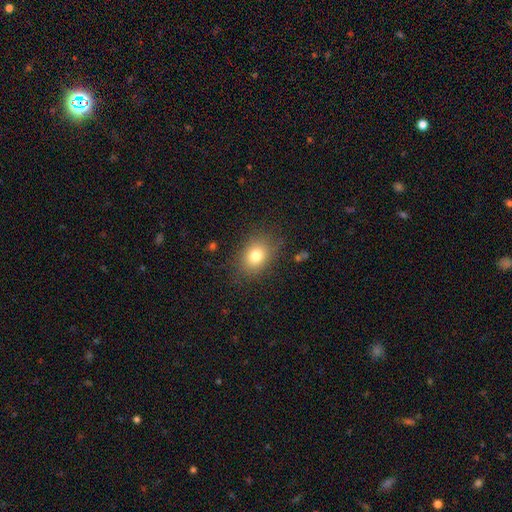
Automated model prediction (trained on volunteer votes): smooth_or_featured: smooth (p=0.79) [alt: star or artifact p=0.11]
how_rounded: in between (p=0.63) [alt: round p=0.36]
merging: none (p=0.81) [alt: minor disturbance p=0.13]